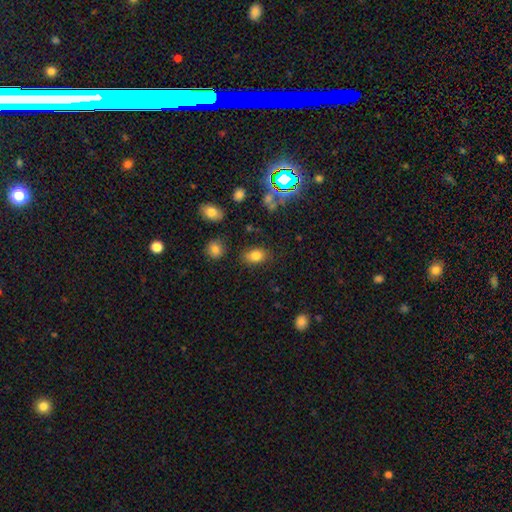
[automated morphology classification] Q: Smooth or featured?
A: smooth (80%); runner-up: star or artifact (12%)
Q: How rounded?
A: in between (81%); runner-up: round (18%)
Q: Merging?
A: none (81%); runner-up: minor disturbance (12%)